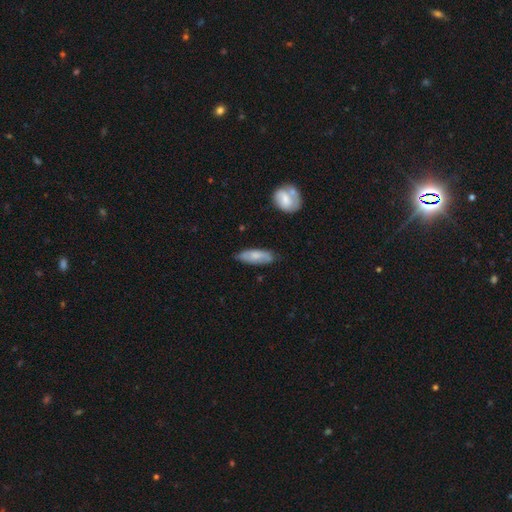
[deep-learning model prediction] Smooth or featured? smooth (68%)
How rounded? in between (65%)
Merging? none (72%)